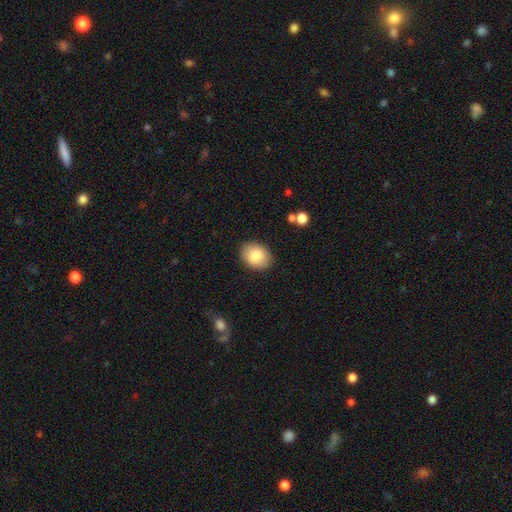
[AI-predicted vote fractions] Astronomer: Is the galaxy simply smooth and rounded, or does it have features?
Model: smooth — 83%.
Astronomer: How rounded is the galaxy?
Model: in between — 70%.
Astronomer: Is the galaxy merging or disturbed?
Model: none — 88%.